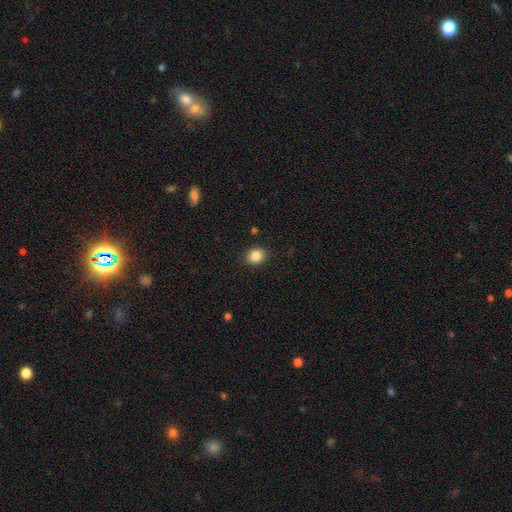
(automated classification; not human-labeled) The model was most divided on "how rounded": round: 67%, in between: 32%, cigar-shaped: 1%. More confident: merging — none (89%); smooth or featured — smooth (86%).